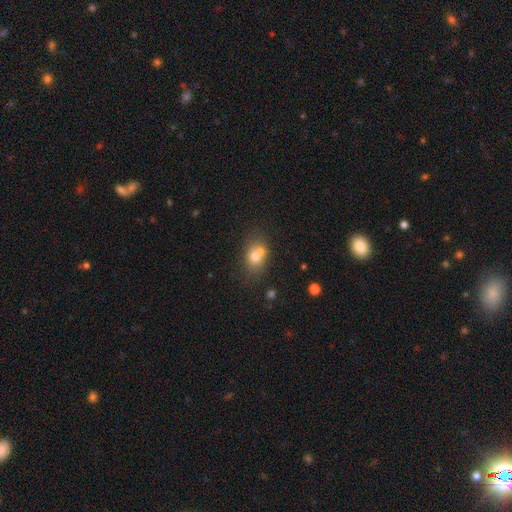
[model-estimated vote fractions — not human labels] Overall: smooth (68%). How rounded: in between (53%; round 46%). Merging: merger (46%; none 38%).